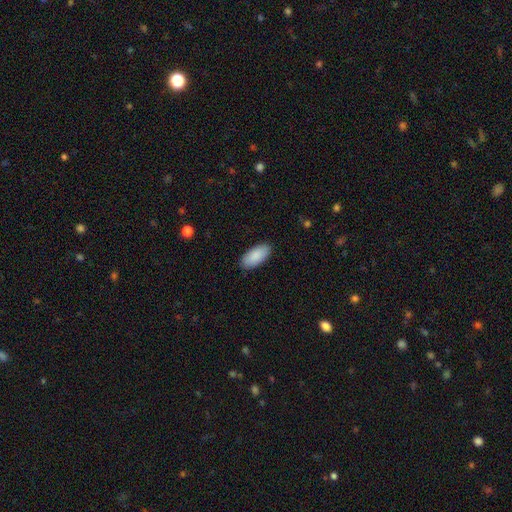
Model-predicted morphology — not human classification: Q: Smooth or featured?
A: smooth (90%); runner-up: star or artifact (5%)
Q: How rounded?
A: in between (91%); runner-up: cigar-shaped (7%)
Q: Merging?
A: none (89%); runner-up: minor disturbance (8%)